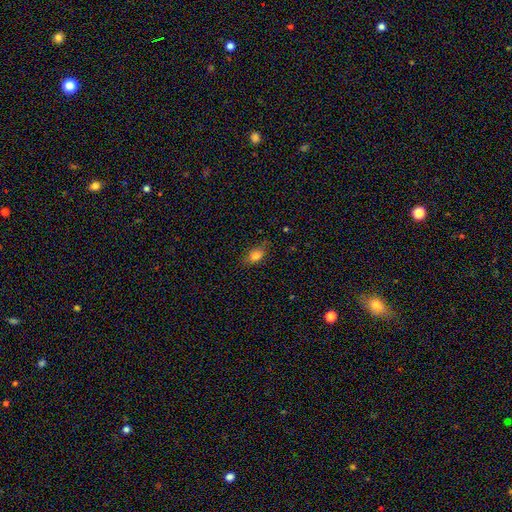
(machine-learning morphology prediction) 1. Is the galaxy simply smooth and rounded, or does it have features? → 79% smooth, 11% star or artifact, 10% featured or disk.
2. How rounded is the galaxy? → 80% in between, 14% round, 7% cigar-shaped.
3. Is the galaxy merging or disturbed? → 72% none, 21% minor disturbance, 5% major disturbance, 2% merger.